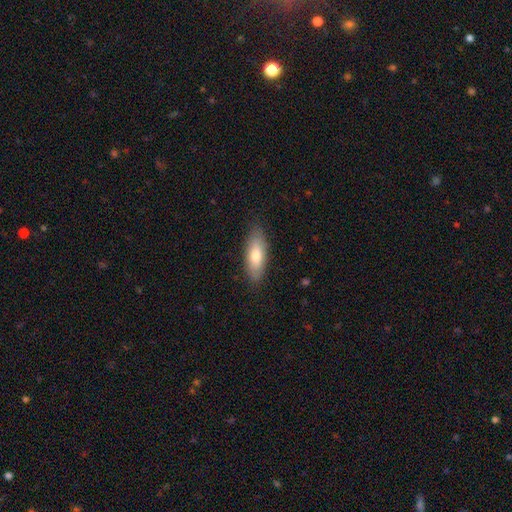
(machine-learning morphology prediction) smooth_or_featured: smooth (p=0.73) [alt: featured or disk p=0.21]
how_rounded: in between (p=0.68) [alt: cigar-shaped p=0.29]
merging: none (p=0.86) [alt: minor disturbance p=0.11]